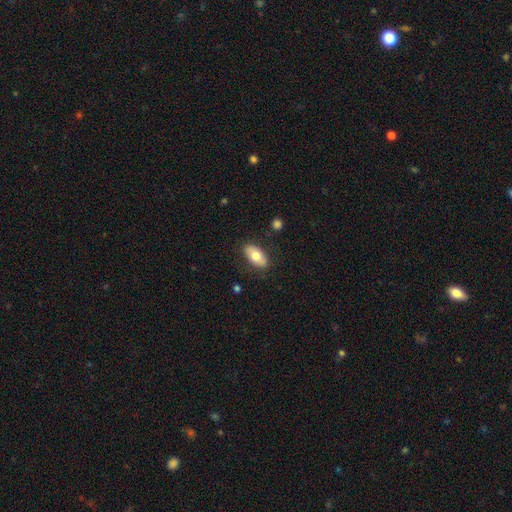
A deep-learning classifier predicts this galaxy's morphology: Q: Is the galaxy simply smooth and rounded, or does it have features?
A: smooth — 71%.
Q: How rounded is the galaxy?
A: in between — 91%.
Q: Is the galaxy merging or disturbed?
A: none — 84%.